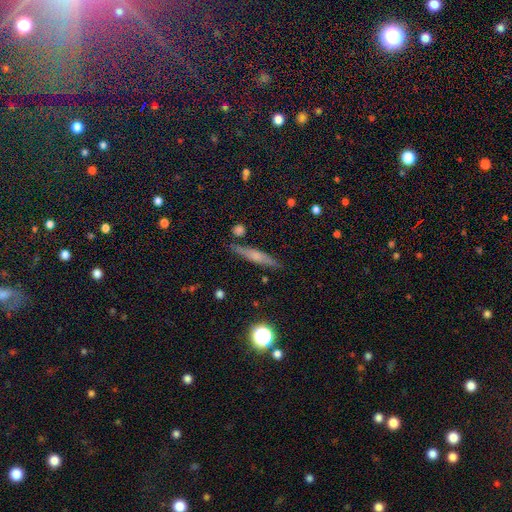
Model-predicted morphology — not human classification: Q: Smooth or featured?
A: featured or disk (48%); runner-up: smooth (42%)
Q: Merging?
A: none (85%); runner-up: minor disturbance (10%)